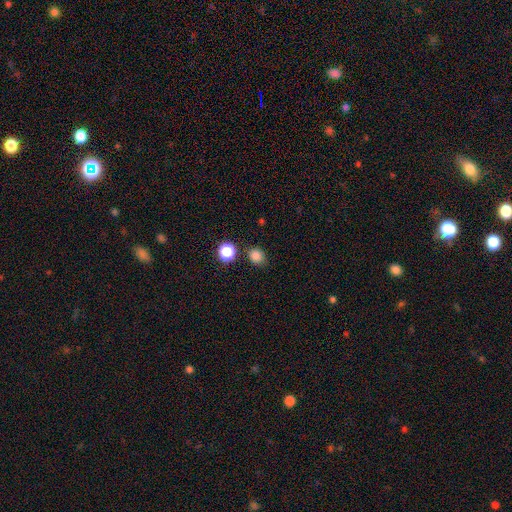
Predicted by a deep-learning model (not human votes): This appears to be a smooth galaxy with no disk features (81%) that is round (65%). Merging: none (81%).